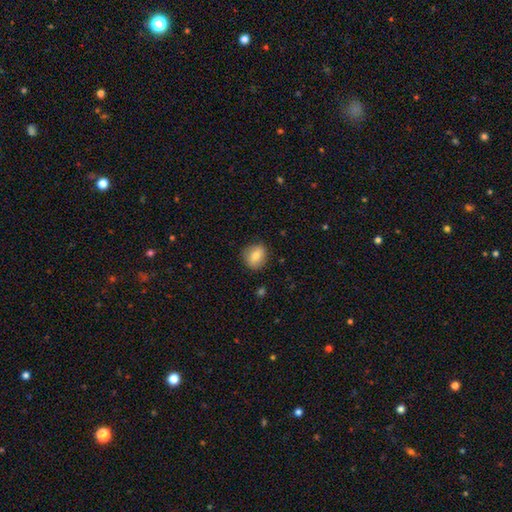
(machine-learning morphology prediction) The model was most divided on "how rounded": round: 66%, in between: 33%, cigar-shaped: 1%. More confident: merging — none (85%); smooth or featured — smooth (78%).